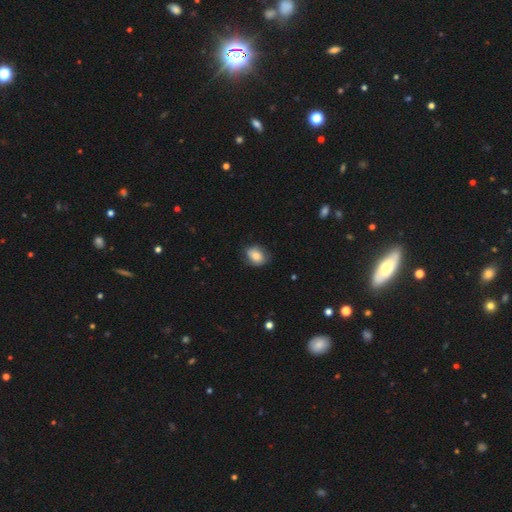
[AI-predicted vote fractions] Q: Smooth or featured?
A: smooth (73%); runner-up: featured or disk (19%)
Q: How rounded?
A: in between (62%); runner-up: round (37%)
Q: Merging?
A: none (72%); runner-up: minor disturbance (22%)